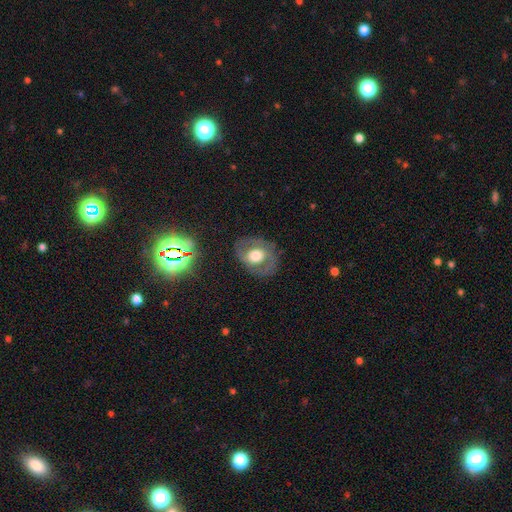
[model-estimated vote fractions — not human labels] Smooth or featured? Predicted: featured or disk (p=0.57). Edge-on disk? Predicted: no (p=0.95). Bar? Predicted: no (p=0.68). Spiral arms? Predicted: yes (p=0.52). Bulge size? Predicted: moderate (p=0.45). Merging? Predicted: none (p=0.75).